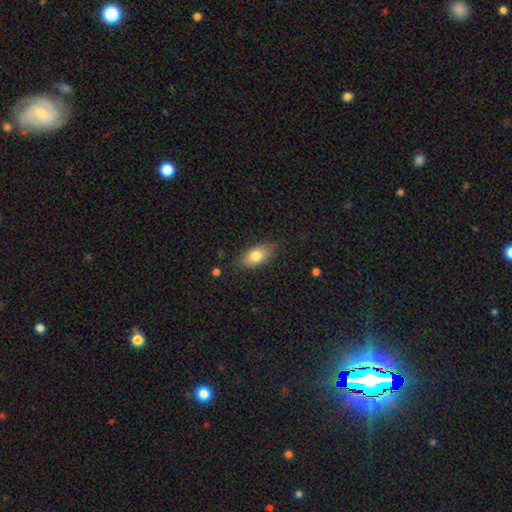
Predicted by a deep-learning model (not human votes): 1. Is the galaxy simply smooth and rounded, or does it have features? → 79% smooth, 13% featured or disk, 8% star or artifact.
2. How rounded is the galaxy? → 87% in between, 8% round, 5% cigar-shaped.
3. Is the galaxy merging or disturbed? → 79% none, 16% minor disturbance, 4% major disturbance, 1% merger.